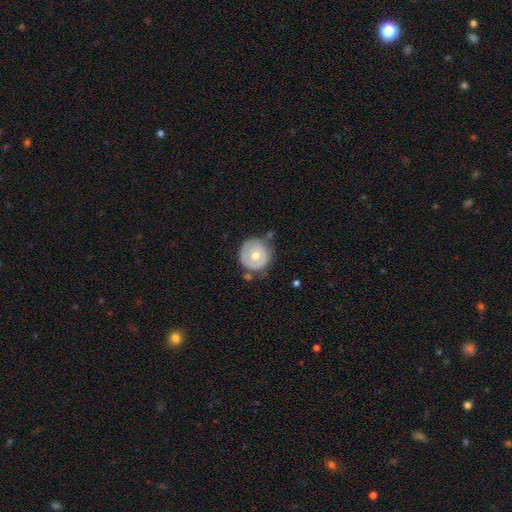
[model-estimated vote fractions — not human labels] A smooth galaxy with no disk features (59%) that is round (93%). Merging: none (67%).